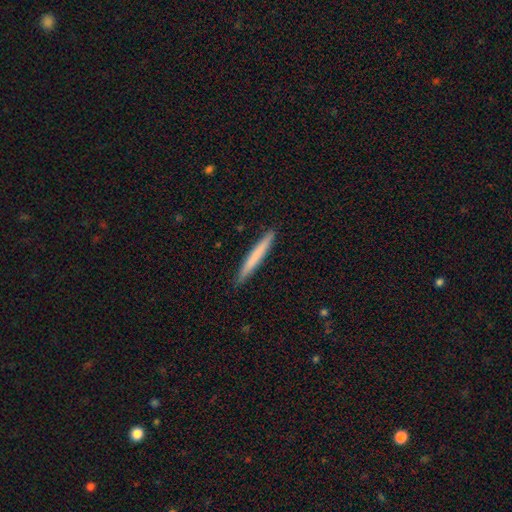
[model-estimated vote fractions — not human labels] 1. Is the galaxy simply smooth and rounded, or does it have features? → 69% smooth, 26% featured or disk, 5% star or artifact.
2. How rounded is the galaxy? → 97% cigar-shaped, 2% in between, 1% round.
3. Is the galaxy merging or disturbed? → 92% none, 6% minor disturbance, 1% major disturbance, 1% merger.